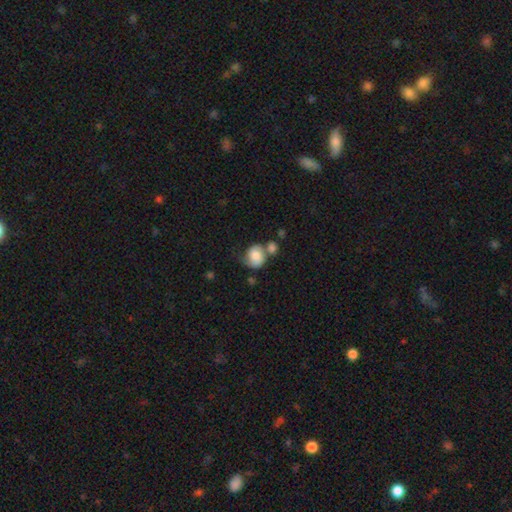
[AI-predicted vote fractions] This is possibly a smooth galaxy (58%). How rounded: likely round (65%). Merging: marginally none (33%).